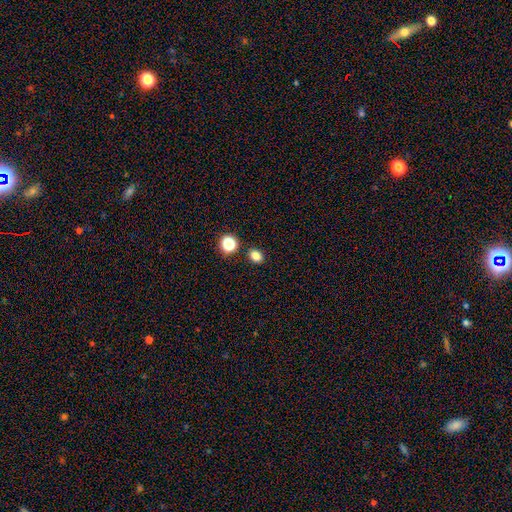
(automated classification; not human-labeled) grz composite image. It shows a smooth galaxy with no disk features (81%) that is in between round and cigar-shaped (52%). Merging: none (85%).